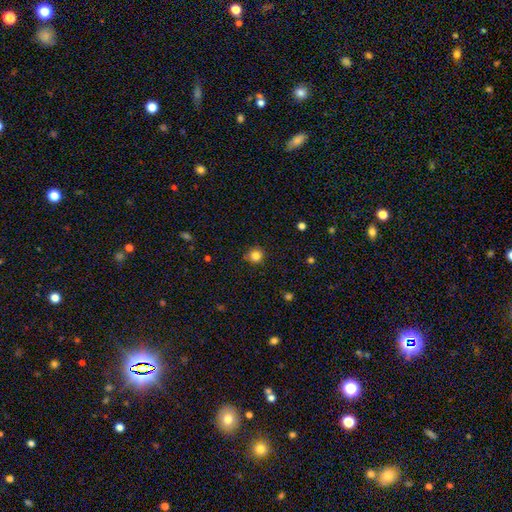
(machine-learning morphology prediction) smooth 82%, star or artifact 12%, featured or disk 5%. Down the decision tree: how rounded — round (93%); merging — none (84%).